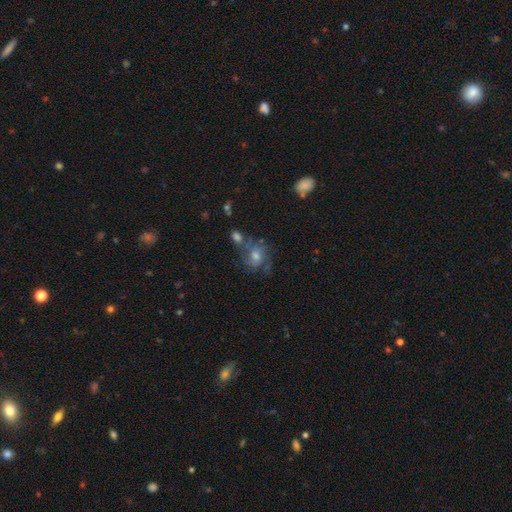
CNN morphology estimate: smooth 45%, star or artifact 34%, featured or disk 21%. Down the decision tree: merging — none (63%).